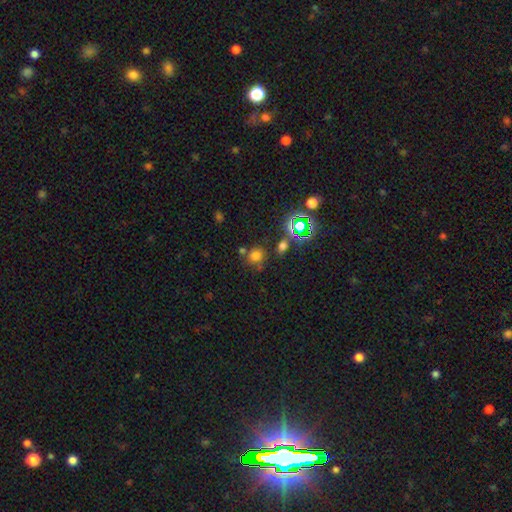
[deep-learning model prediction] This is likely a smooth galaxy (66%). How rounded: clearly round (86%). Merging: likely none (72%).